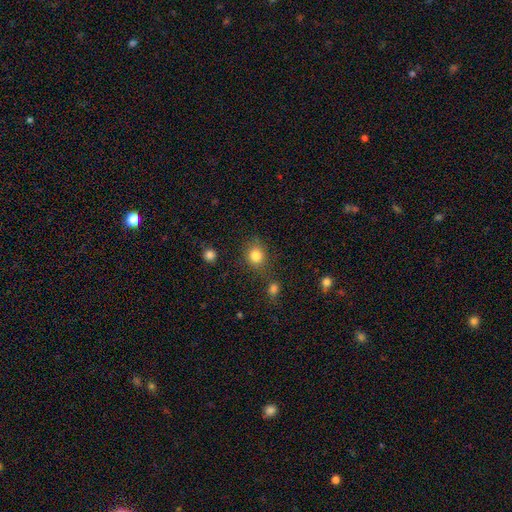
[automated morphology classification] Smooth or featured?
  - smooth: 82% *
  - star or artifact: 12%
  - featured or disk: 6%
How rounded?
  - round: 77% *
  - in between: 22%
  - cigar-shaped: 1%
Merging?
  - none: 77% *
  - minor disturbance: 13%
  - merger: 6%
  - major disturbance: 4%